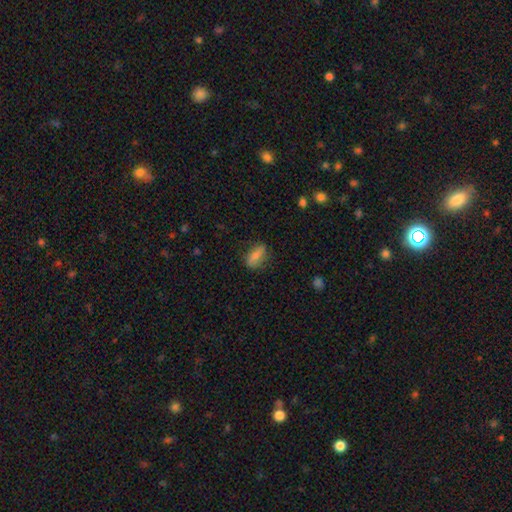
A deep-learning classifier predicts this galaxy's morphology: Smooth or featured?
  - smooth: 67% *
  - featured or disk: 25%
  - star or artifact: 8%
How rounded?
  - in between: 74% *
  - cigar-shaped: 19%
  - round: 7%
Merging?
  - none: 75% *
  - minor disturbance: 18%
  - major disturbance: 5%
  - merger: 1%